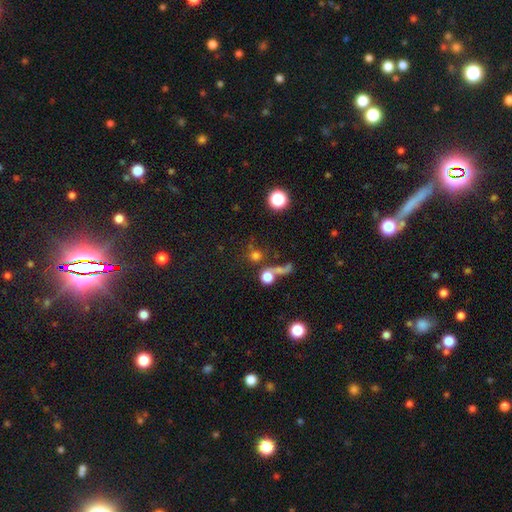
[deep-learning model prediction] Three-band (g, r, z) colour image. It shows a smooth galaxy with no disk features (67%) that is round (90%). Merging: none (51%).